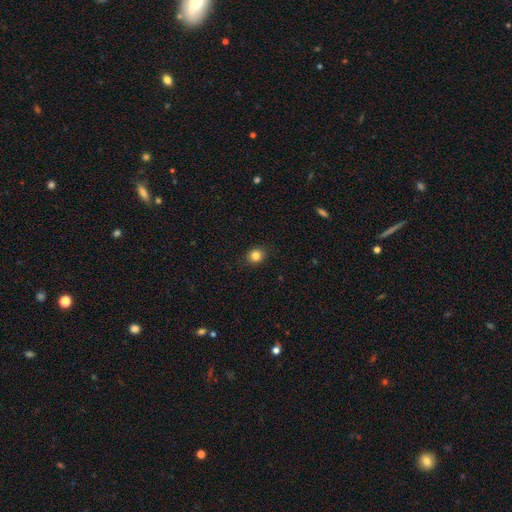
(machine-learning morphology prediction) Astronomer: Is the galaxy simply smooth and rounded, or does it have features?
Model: smooth — 83%.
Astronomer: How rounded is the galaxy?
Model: round — 73%.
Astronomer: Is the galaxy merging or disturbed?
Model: none — 89%.